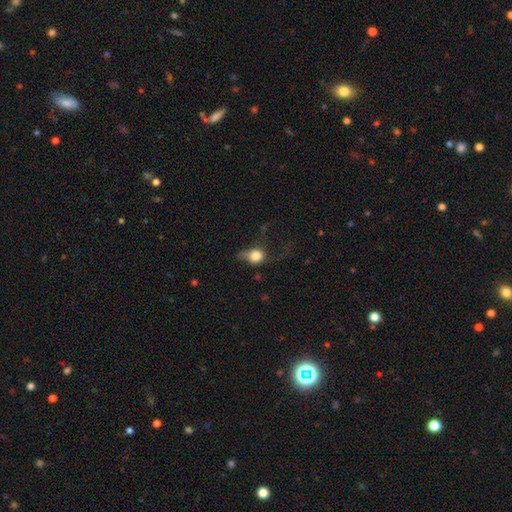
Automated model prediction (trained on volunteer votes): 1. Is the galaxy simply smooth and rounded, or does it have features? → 71% smooth, 20% featured or disk, 10% star or artifact.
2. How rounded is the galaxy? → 65% round, 33% in between, 2% cigar-shaped.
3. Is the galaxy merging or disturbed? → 42% major disturbance, 30% none, 25% minor disturbance, 3% merger.